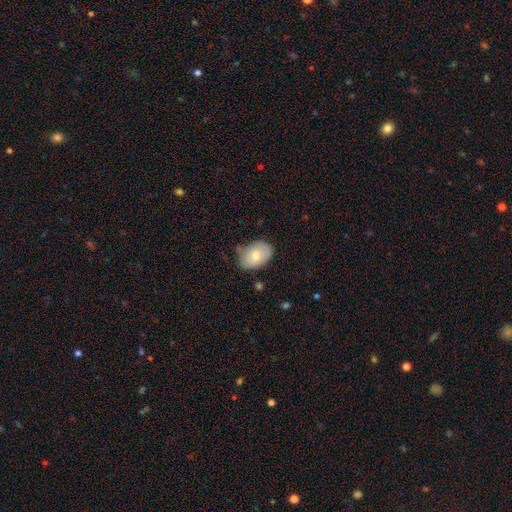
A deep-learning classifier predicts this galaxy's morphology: A smooth galaxy with no disk features (73%) that is in between round and cigar-shaped (83%).

Vote fractions:
- Smooth or featured? smooth: 73% / featured or disk: 20% / star or artifact: 7%
- How rounded? in between: 83% / round: 16% / cigar-shaped: 1%
- Merging? none: 66% / minor disturbance: 26% / major disturbance: 5% / merger: 3%